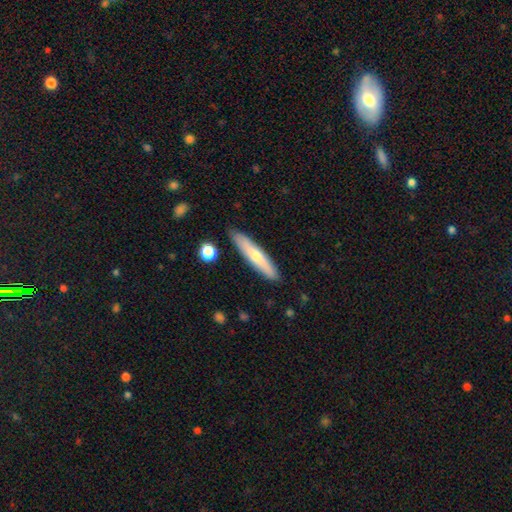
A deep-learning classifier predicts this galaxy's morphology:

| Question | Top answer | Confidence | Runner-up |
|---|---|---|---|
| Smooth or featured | smooth | 62% | featured or disk (33%) |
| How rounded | cigar-shaped | 87% | in between (12%) |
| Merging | none | 87% | minor disturbance (10%) |